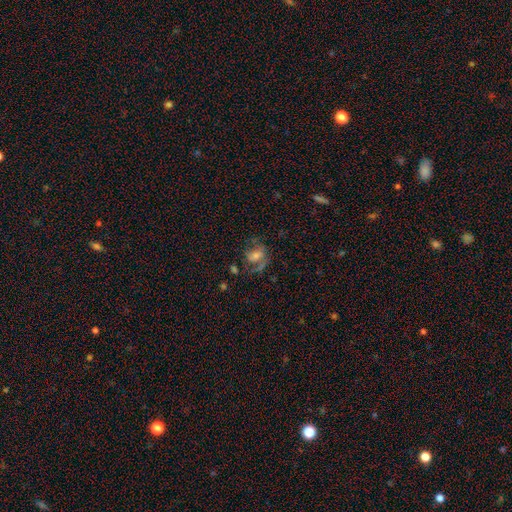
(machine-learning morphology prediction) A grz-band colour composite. It shows a featured or disk galaxy (58%) with no bar (54%), spiral arms (77%) and a moderate central bulge (49%). Merging: none (49%).